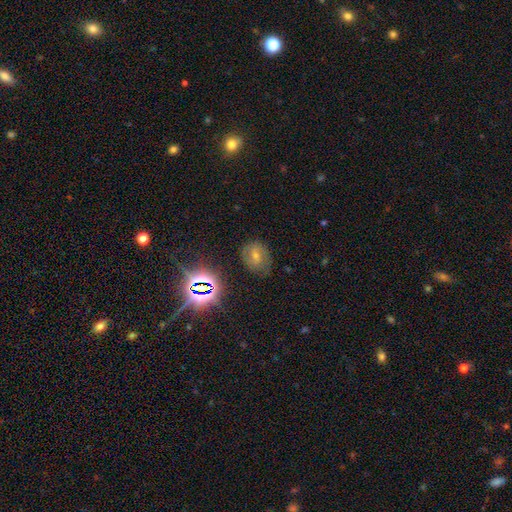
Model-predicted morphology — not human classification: Smooth or featured? Predicted: smooth (p=0.42). Merging? Predicted: none (p=0.71).